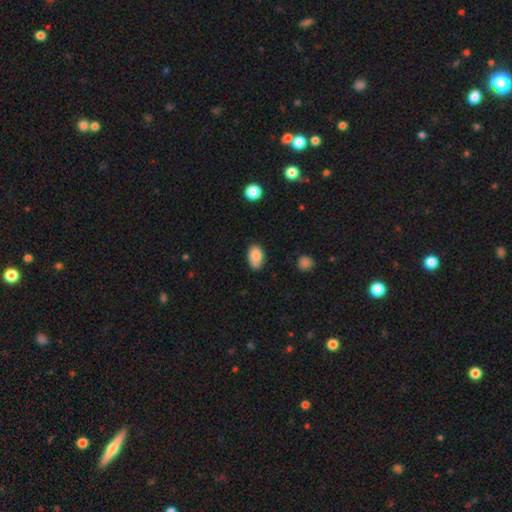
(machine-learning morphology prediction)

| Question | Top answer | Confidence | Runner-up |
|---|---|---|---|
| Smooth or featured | smooth | 83% | featured or disk (9%) |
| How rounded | in between | 87% | round (12%) |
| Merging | none | 61% | minor disturbance (28%) |